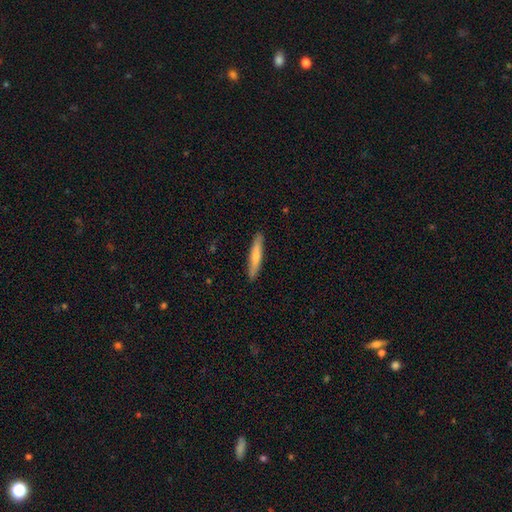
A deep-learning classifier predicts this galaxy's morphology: This appears to be a smooth galaxy with no disk features (70%) that is cigar-shaped (92%). Merging: none (89%).